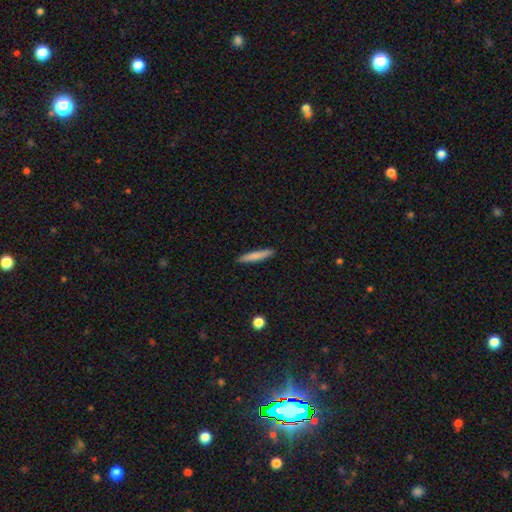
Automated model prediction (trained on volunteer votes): Smooth or featured? smooth (78%)
How rounded? cigar-shaped (93%)
Merging? none (90%)